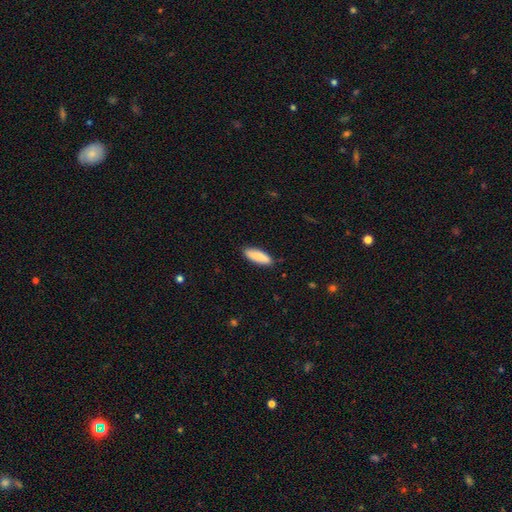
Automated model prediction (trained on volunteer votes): A smooth galaxy with no disk features (88%) that is in between round and cigar-shaped (51%). Merging: none (87%).